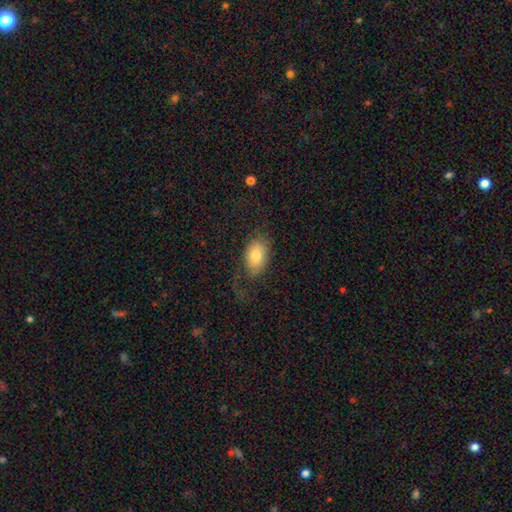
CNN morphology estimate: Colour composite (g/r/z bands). It shows a smooth galaxy with no disk features (72%) that is in between round and cigar-shaped (91%). Merging: none (54%).